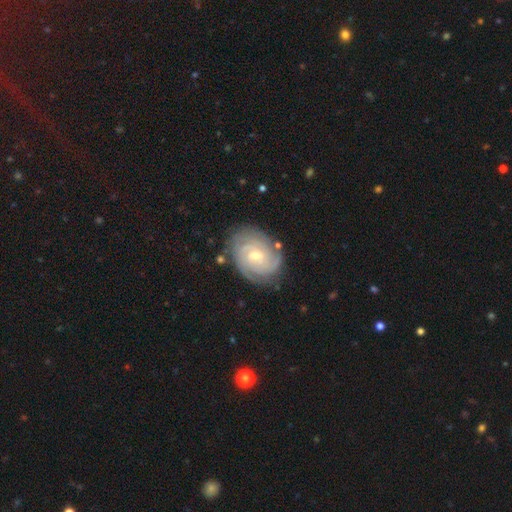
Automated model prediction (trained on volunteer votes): Q: Smooth or featured?
A: featured or disk (85%); runner-up: smooth (9%)
Q: Edge-on disk?
A: no (97%); runner-up: yes (3%)
Q: Bar?
A: no (47%); runner-up: weak (43%)
Q: Spiral arms?
A: yes (97%); runner-up: no (3%)
Q: Spiral winding?
A: tight (75%); runner-up: medium (21%)
Q: Spiral arm count?
A: 3 (26%); tied with: can't tell (26%)
Q: Bulge size?
A: small (50%); runner-up: moderate (46%)
Q: Merging?
A: none (80%); runner-up: minor disturbance (15%)